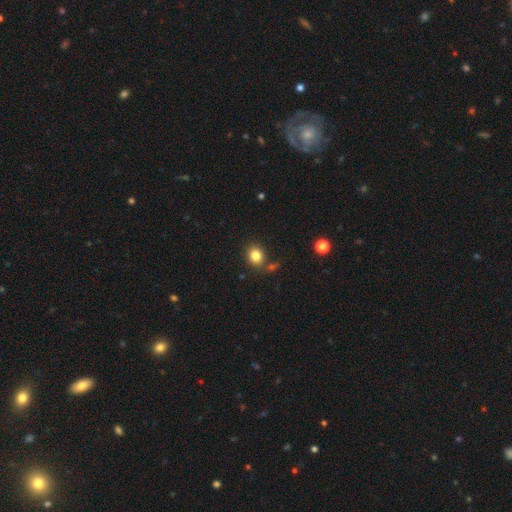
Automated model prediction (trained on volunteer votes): A smooth galaxy with no disk features (82%) that is round (66%).

Vote fractions:
- Smooth or featured? smooth: 82% / star or artifact: 11% / featured or disk: 7%
- How rounded? round: 66% / in between: 33% / cigar-shaped: 1%
- Merging? none: 77% / minor disturbance: 11% / merger: 8% / major disturbance: 3%